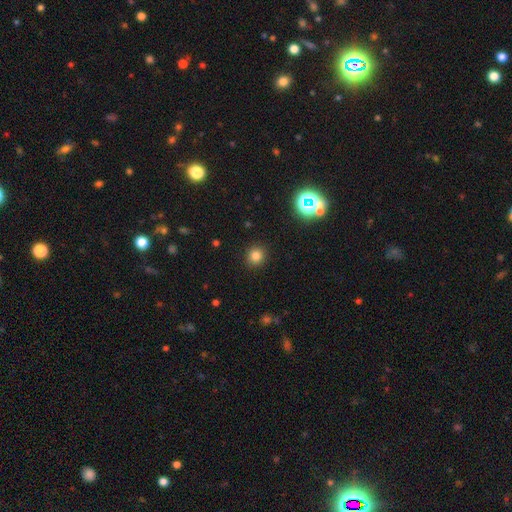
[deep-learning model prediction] Smooth or featured? smooth (80%)
How rounded? round (89%)
Merging? none (91%)